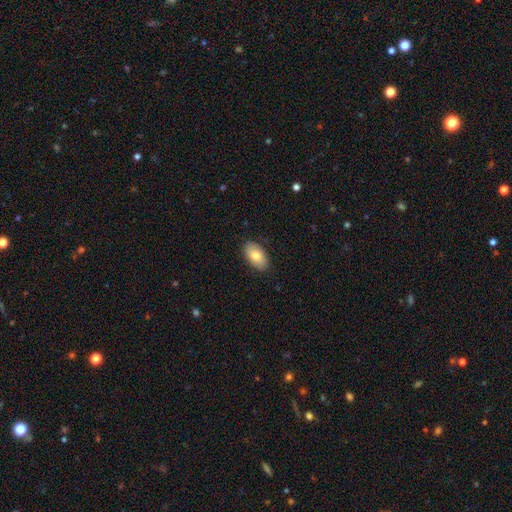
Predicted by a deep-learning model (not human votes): Smooth or featured: smooth — 80% (featured or disk — 14%)
How rounded: in between — 94% (round — 4%)
Merging: none — 88% (minor disturbance — 10%)